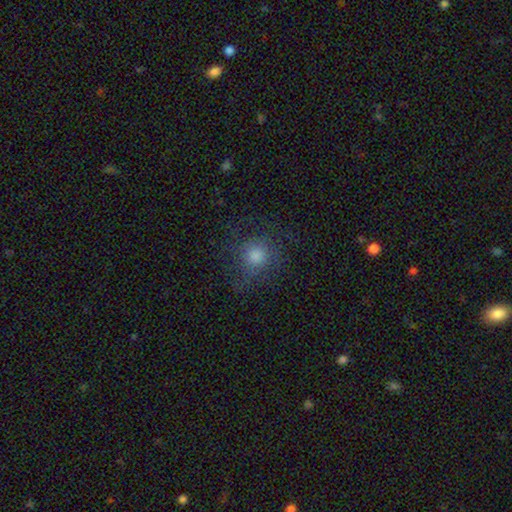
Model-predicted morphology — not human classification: Q: Smooth or featured?
A: smooth (75%); runner-up: star or artifact (13%)
Q: How rounded?
A: round (91%); runner-up: in between (8%)
Q: Merging?
A: none (75%); runner-up: minor disturbance (13%)